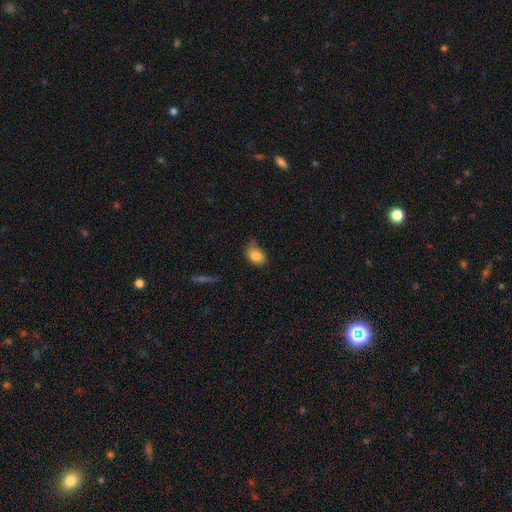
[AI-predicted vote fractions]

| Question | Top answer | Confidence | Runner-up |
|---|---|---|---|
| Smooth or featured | smooth | 84% | featured or disk (8%) |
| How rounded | in between | 80% | round (19%) |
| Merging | none | 59% | minor disturbance (33%) |